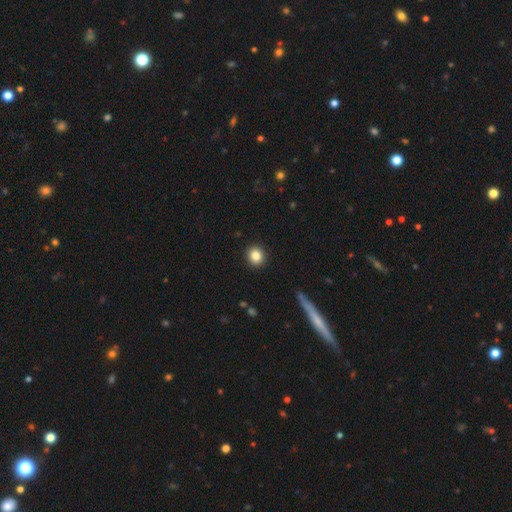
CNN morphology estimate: This appears to be a smooth galaxy with no disk features (84%) that is round (84%). Merging: none (92%).